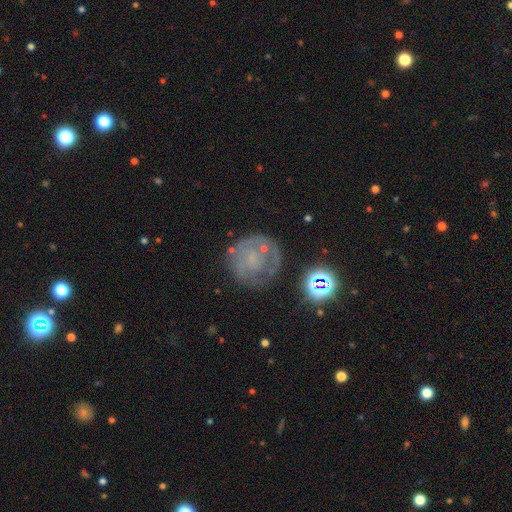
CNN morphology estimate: type=featured or disk (52%); edge-on=no (97%); bar=no (81%); spiral arms=yes (56%); bulge=none (42%, tied with small); merging=none (67%).